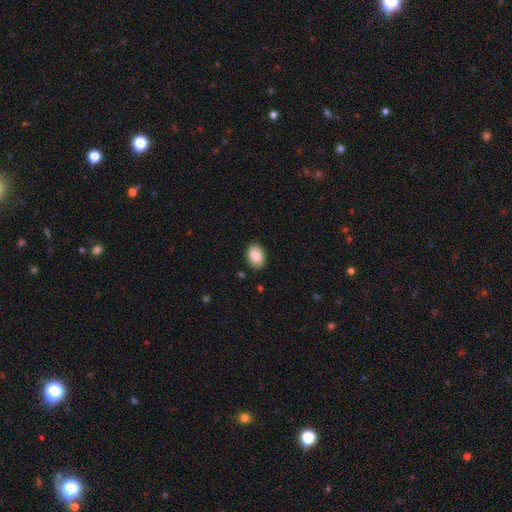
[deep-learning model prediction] This is clearly a smooth galaxy (86%). How rounded: likely in between (80%). Merging: clearly none (88%).